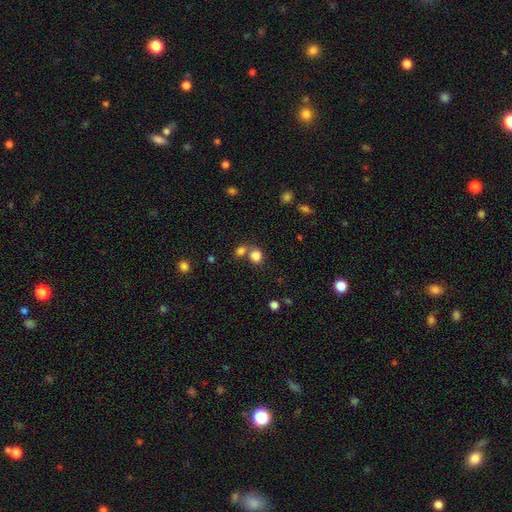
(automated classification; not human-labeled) smooth-or-featured: smooth: 83% | star or artifact: 12% | featured or disk: 6%
  how-rounded: round: 72% | in between: 27% | cigar-shaped: 1%
  merging: none: 53% | merger: 34% | minor disturbance: 9% | major disturbance: 4%